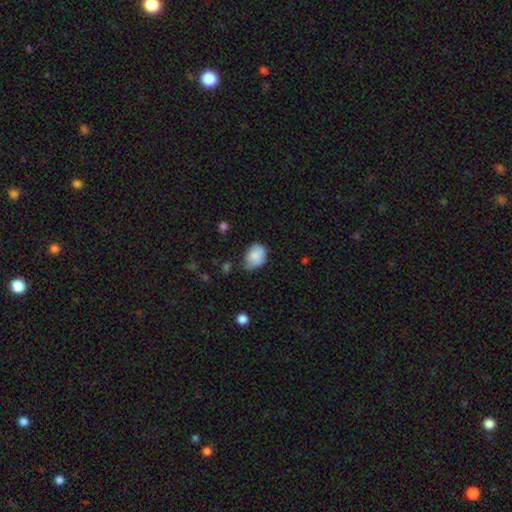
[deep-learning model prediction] Morphology: type=smooth (84%); roundness=in between (70%); merging=none (51%).